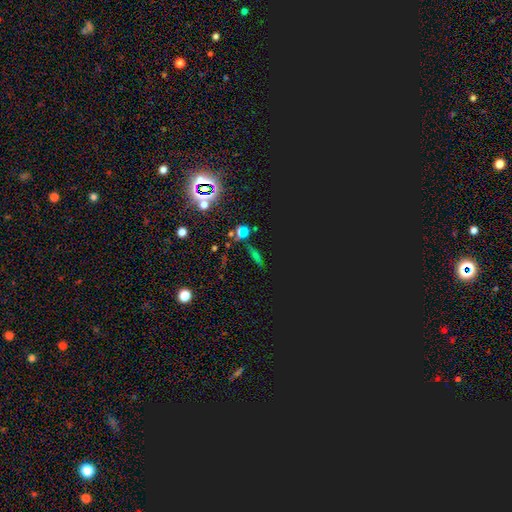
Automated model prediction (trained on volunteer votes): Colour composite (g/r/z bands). It shows a star or artifact, not a galaxy (51%).